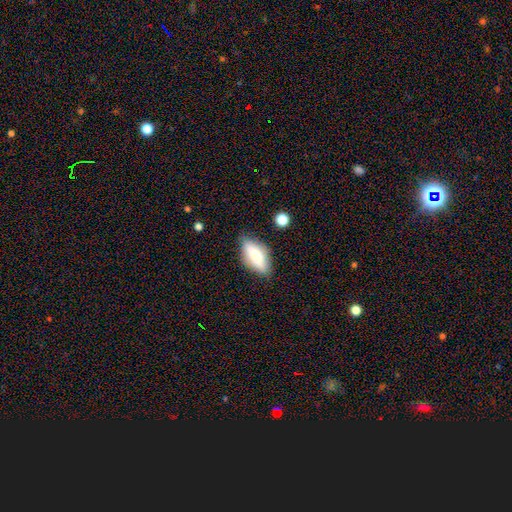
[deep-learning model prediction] A smooth galaxy with no disk features (74%) that is in between round and cigar-shaped (81%). Merging: none (74%).